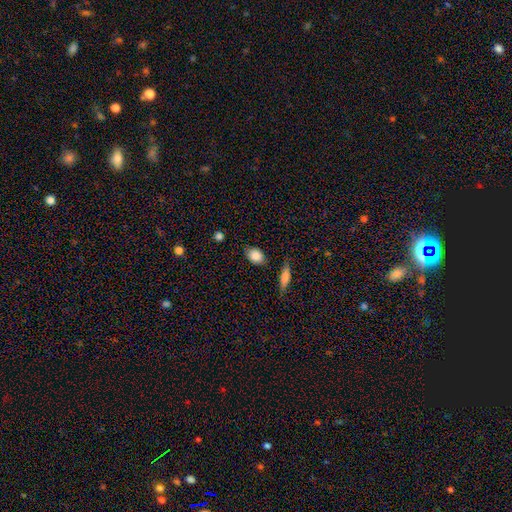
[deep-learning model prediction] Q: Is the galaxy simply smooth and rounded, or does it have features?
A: smooth — 86%.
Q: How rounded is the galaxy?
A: in between — 73%.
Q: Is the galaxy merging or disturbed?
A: none — 82%.